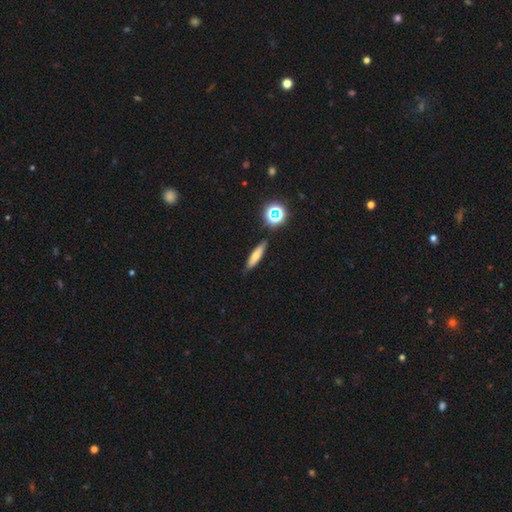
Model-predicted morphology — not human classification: type=smooth (65%); roundness=cigar-shaped (73%); merging=none (84%).